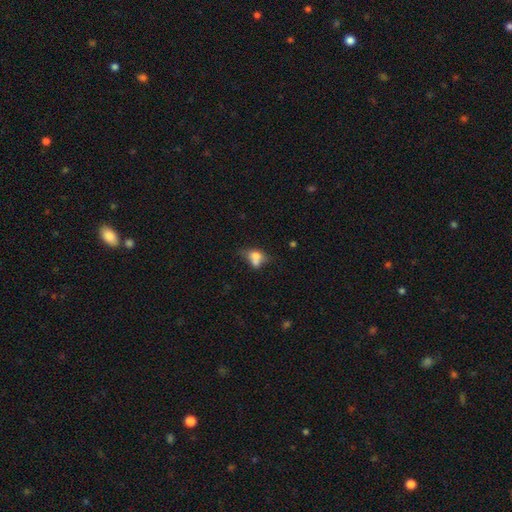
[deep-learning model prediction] smooth 67%, featured or disk 22%, star or artifact 11%. Down the decision tree: how rounded — in between (65%); merging — merger (43%).